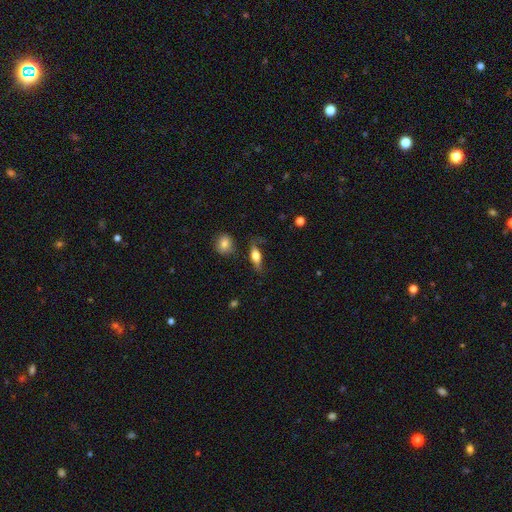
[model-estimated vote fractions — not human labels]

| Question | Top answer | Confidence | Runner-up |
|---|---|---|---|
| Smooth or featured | smooth | 58% | featured or disk (34%) |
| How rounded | in between | 66% | cigar-shaped (27%) |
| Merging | none | 63% | minor disturbance (23%) |